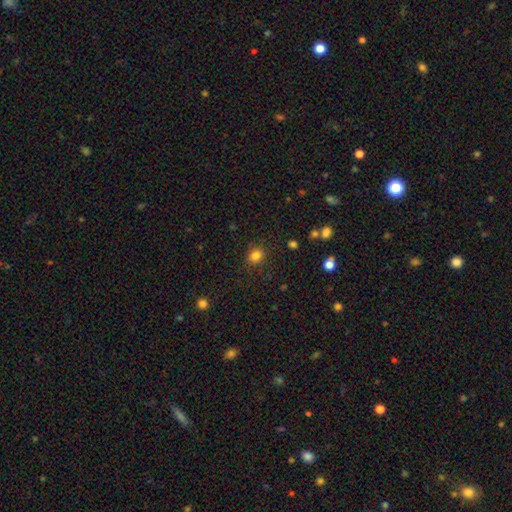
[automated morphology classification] The model was most divided on "how rounded": round: 66%, in between: 33%, cigar-shaped: 1%. More confident: merging — none (84%); smooth or featured — smooth (83%).